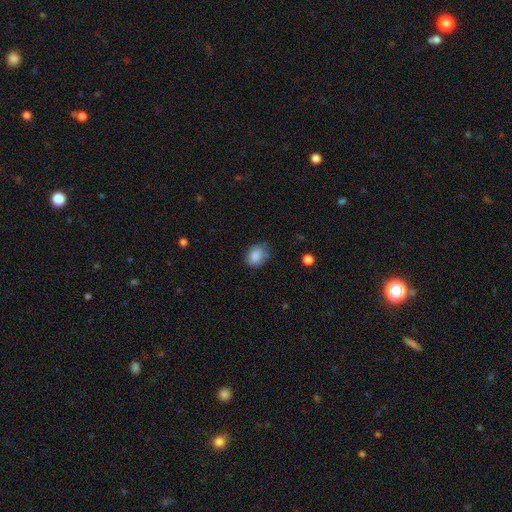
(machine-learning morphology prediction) This appears to be a smooth galaxy with no disk features (87%) that is round (51%). Merging: none (71%).